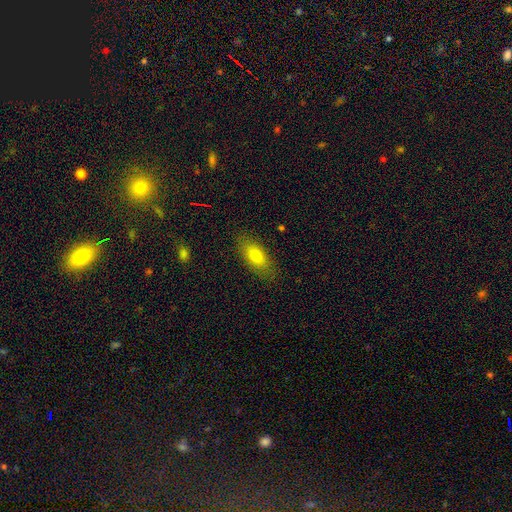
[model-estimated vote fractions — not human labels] Overall: smooth (77%). How rounded: in between (85%). Merging: none (83%).